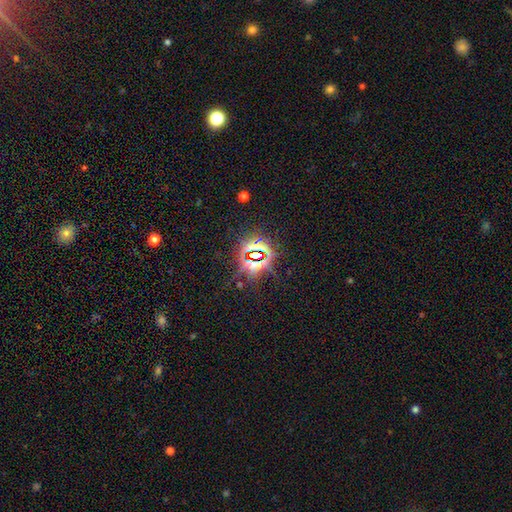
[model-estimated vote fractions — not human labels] The model was most divided on "smooth or featured": star or artifact: 82%, smooth: 10%, featured or disk: 8%.